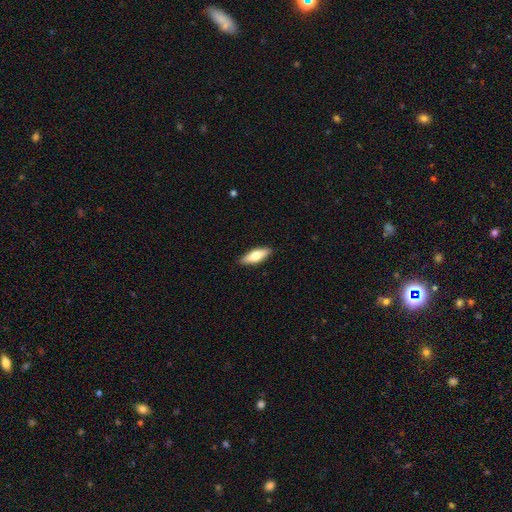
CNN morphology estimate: Q: Smooth or featured?
A: smooth (67%); runner-up: featured or disk (27%)
Q: How rounded?
A: in between (61%); runner-up: cigar-shaped (37%)
Q: Merging?
A: none (89%); runner-up: minor disturbance (8%)